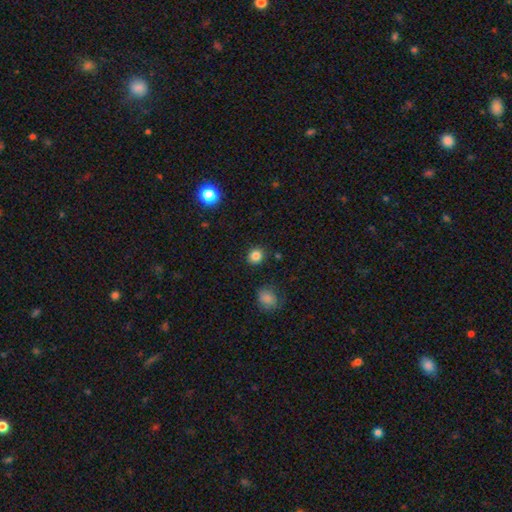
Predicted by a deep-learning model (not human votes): Overall: smooth (84%). How rounded: round (84%). Merging: none (89%).